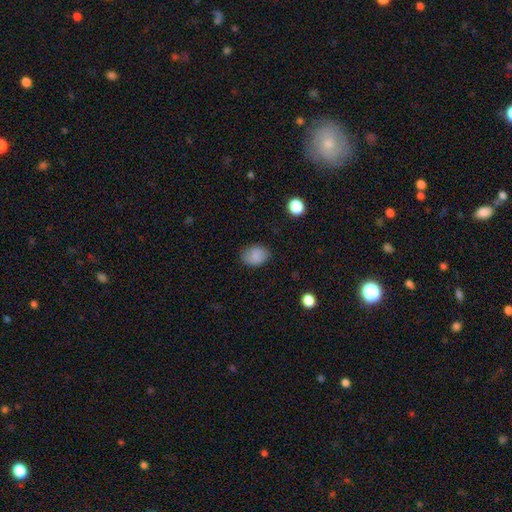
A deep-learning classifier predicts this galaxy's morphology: smooth-or-featured: smooth: 83% | star or artifact: 9% | featured or disk: 7%
  how-rounded: in between: 64% | round: 35% | cigar-shaped: 1%
  merging: none: 78% | minor disturbance: 16% | major disturbance: 4% | merger: 1%